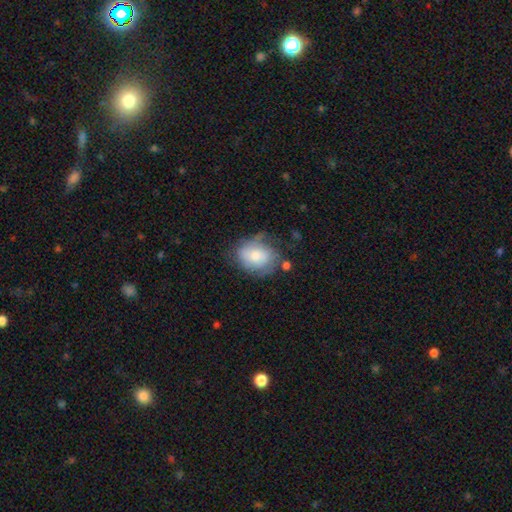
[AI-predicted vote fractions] This appears to be a smooth galaxy with no disk features (55%) that is in between round and cigar-shaped (52%). Merging: none (47%).